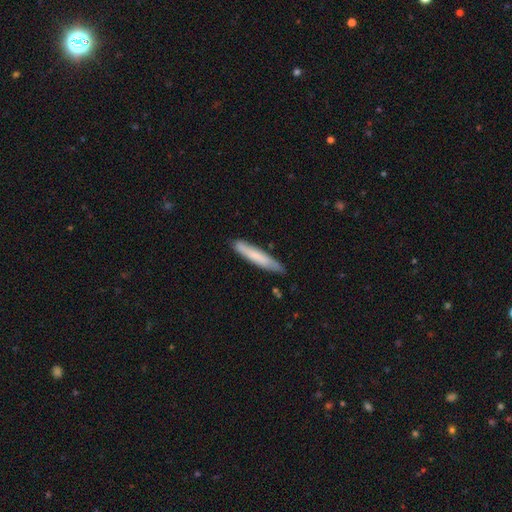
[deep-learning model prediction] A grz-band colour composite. It shows a smooth galaxy with no disk features (69%) that is cigar-shaped (92%). Merging: none (81%).